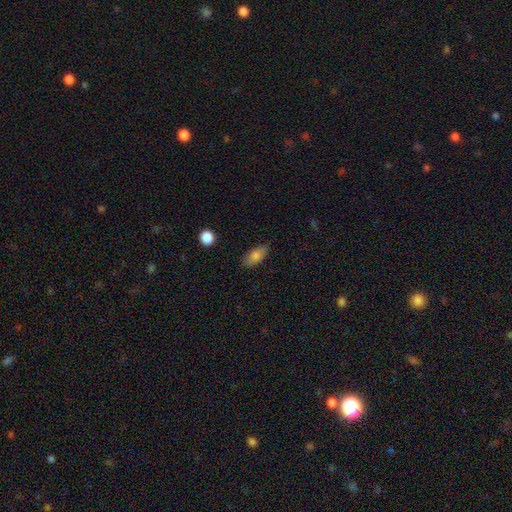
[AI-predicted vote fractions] Smooth or featured: smooth — 80% (featured or disk — 13%)
How rounded: in between — 87% (cigar-shaped — 9%)
Merging: none — 79% (minor disturbance — 16%)